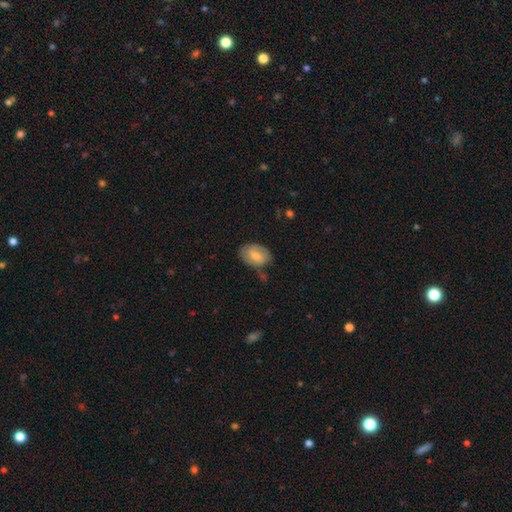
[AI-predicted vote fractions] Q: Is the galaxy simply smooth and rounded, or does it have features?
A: smooth — 69%.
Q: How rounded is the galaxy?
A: in between — 84%.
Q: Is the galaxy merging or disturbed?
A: none — 61%.